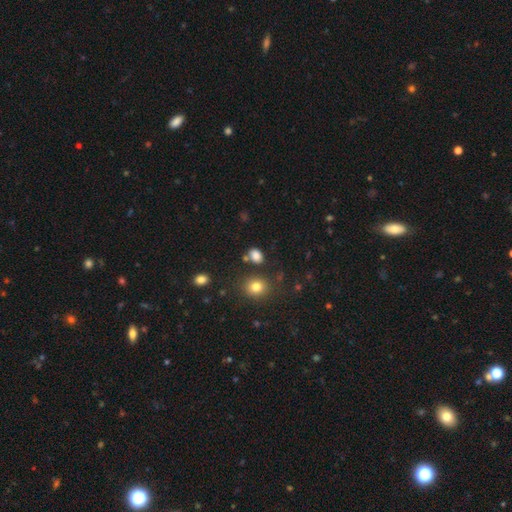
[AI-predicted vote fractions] smooth 83%, star or artifact 12%, featured or disk 5%. Down the decision tree: how rounded — in between (71%); merging — none (72%).